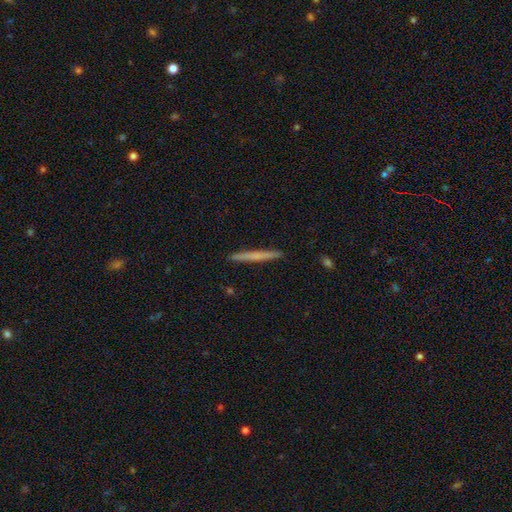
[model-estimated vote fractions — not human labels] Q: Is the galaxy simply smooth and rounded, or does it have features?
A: smooth — 58%.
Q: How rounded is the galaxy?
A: cigar-shaped — 97%.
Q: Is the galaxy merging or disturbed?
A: none — 93%.